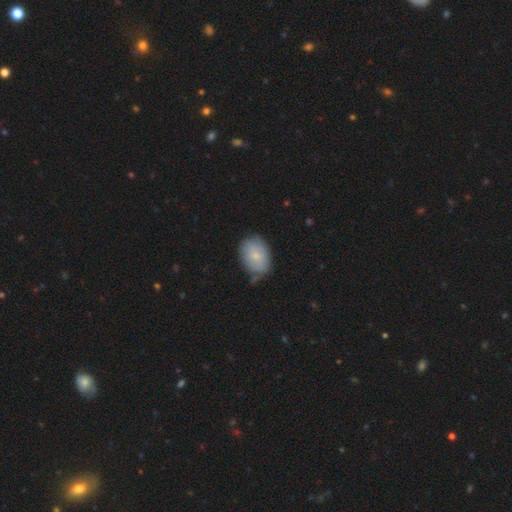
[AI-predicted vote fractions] Morphology: type=smooth (74%); roundness=in between (77%); merging=none (70%).